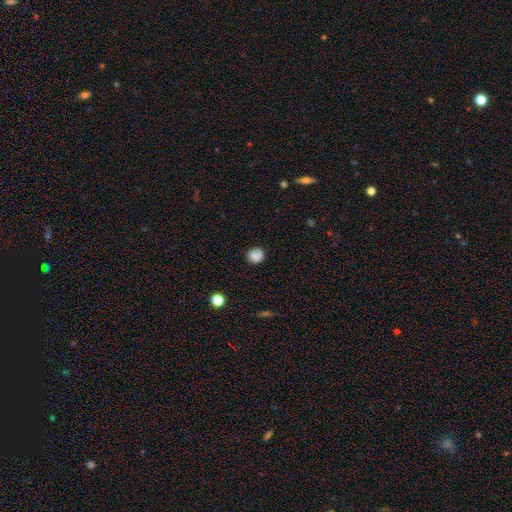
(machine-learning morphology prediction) This is clearly a smooth galaxy (85%). How rounded: clearly round (88%). Merging: clearly none (83%).